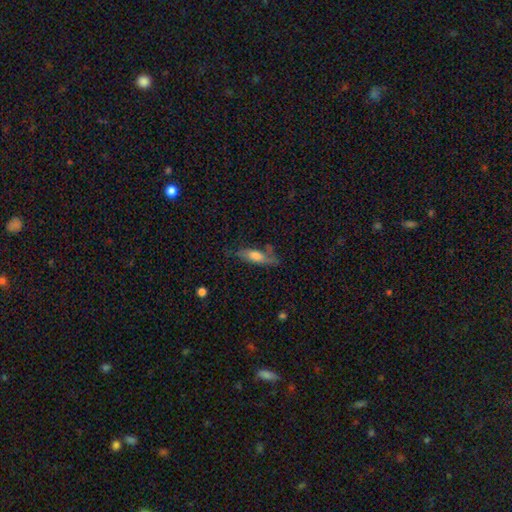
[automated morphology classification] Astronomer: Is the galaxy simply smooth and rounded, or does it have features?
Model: smooth — 63%.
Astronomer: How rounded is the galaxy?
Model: in between — 49%, tied with cigar-shaped at 49%.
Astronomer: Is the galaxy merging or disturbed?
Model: none — 57%.